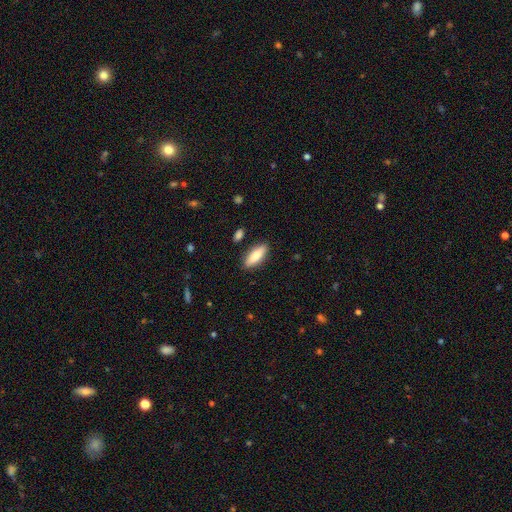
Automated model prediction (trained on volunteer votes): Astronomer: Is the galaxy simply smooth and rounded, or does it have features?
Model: smooth — 83%.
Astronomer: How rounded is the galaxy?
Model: in between — 65%.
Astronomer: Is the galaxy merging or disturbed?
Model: none — 87%.